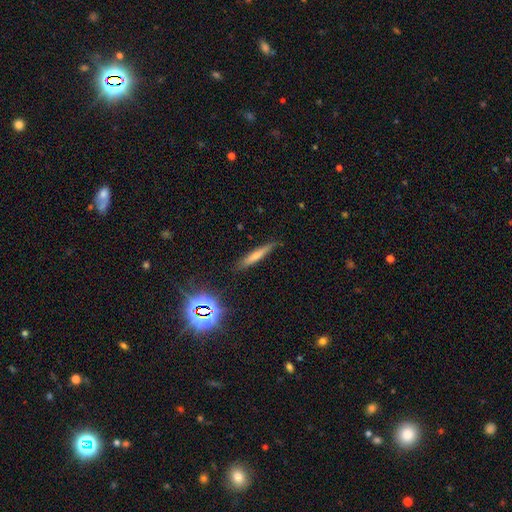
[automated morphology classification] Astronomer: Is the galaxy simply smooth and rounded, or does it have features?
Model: smooth — 62%.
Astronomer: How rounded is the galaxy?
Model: cigar-shaped — 91%.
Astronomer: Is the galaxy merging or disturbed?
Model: none — 83%.